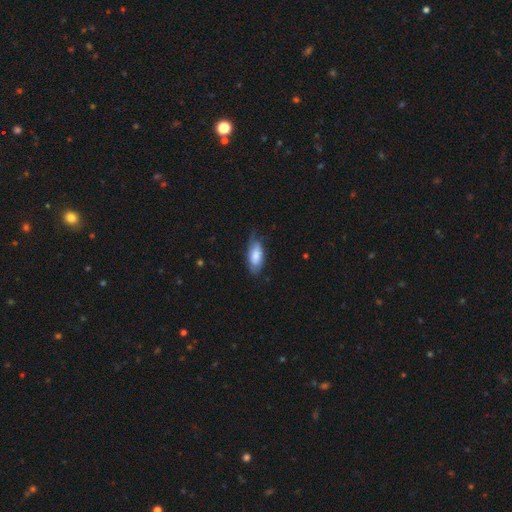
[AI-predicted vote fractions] smooth-or-featured: smooth: 69% | featured or disk: 25% | star or artifact: 6%
  how-rounded: in between: 88% | cigar-shaped: 10% | round: 2%
  merging: none: 59% | minor disturbance: 31% | major disturbance: 8% | merger: 1%